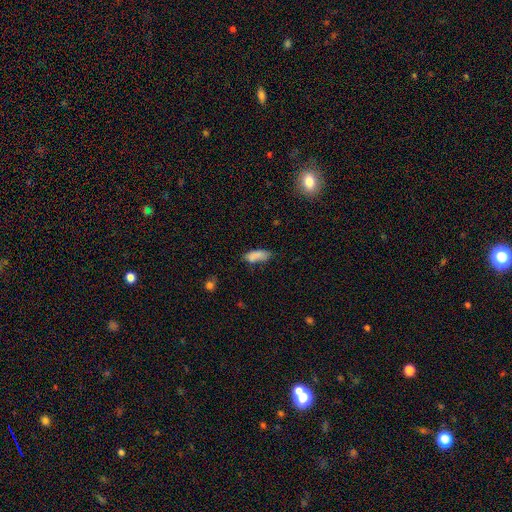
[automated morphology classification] A smooth galaxy with no disk features (83%) that is in between round and cigar-shaped (76%). Merging: none (54%).